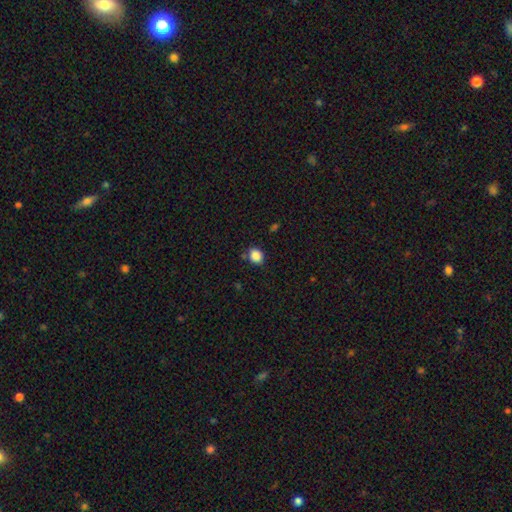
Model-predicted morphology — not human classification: Smooth or featured?
  - smooth: 86% *
  - star or artifact: 10%
  - featured or disk: 4%
How rounded?
  - round: 57% *
  - in between: 42%
  - cigar-shaped: 1%
Merging?
  - none: 75% *
  - minor disturbance: 16%
  - merger: 5%
  - major disturbance: 4%